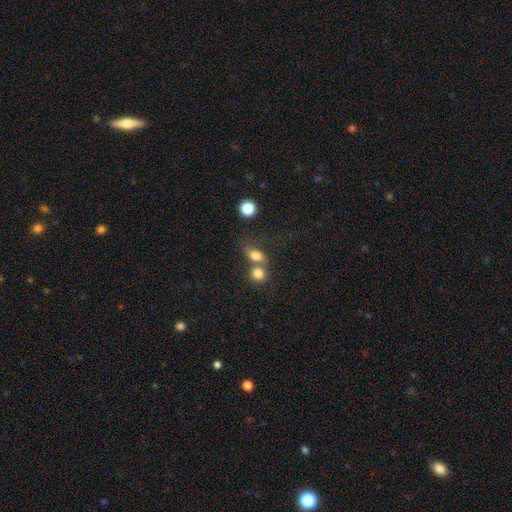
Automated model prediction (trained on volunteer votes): This is likely a smooth galaxy (79%). How rounded: possibly in between (59%). Merging: possibly merger (50%).